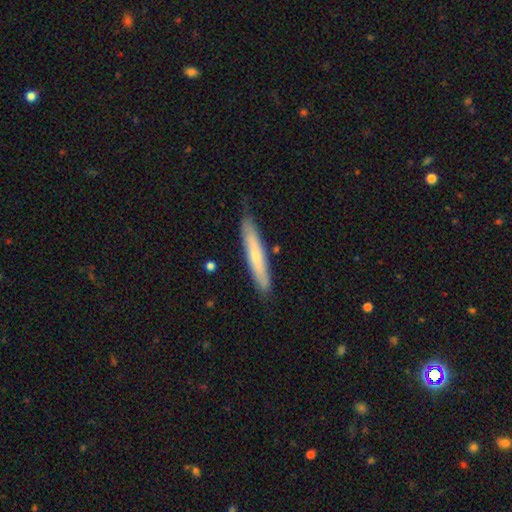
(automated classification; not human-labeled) Smooth or featured? smooth (57%)
How rounded? cigar-shaped (92%)
Merging? none (81%)